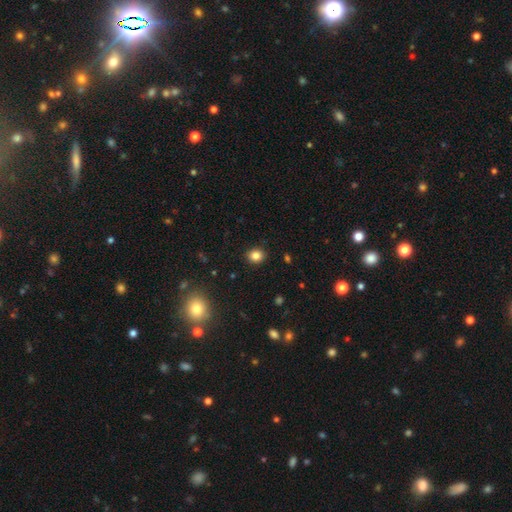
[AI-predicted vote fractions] Smooth or featured? Predicted: smooth (p=0.84). How rounded? Predicted: round (p=0.72). Merging? Predicted: none (p=0.91).